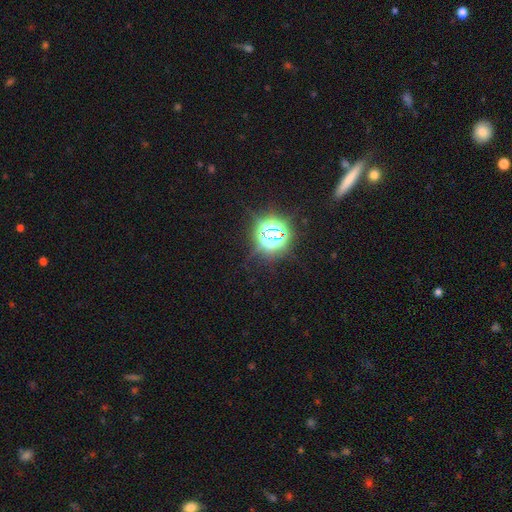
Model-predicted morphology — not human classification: smooth_or_featured: star or artifact (p=0.77) [alt: smooth p=0.15]